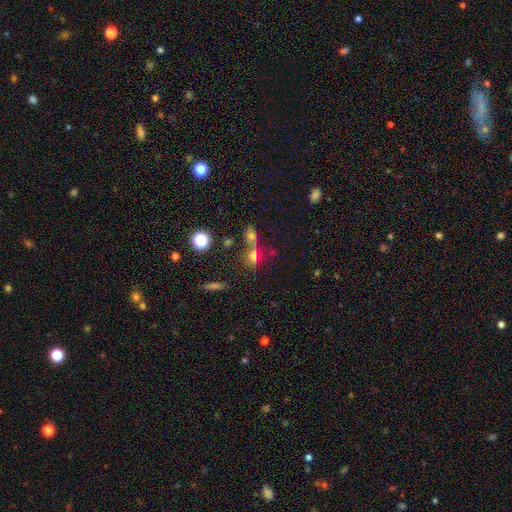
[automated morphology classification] Q: Smooth or featured?
A: smooth (59%); runner-up: star or artifact (25%)
Q: How rounded?
A: in between (49%); runner-up: round (40%)
Q: Merging?
A: merger (47%); runner-up: none (37%)